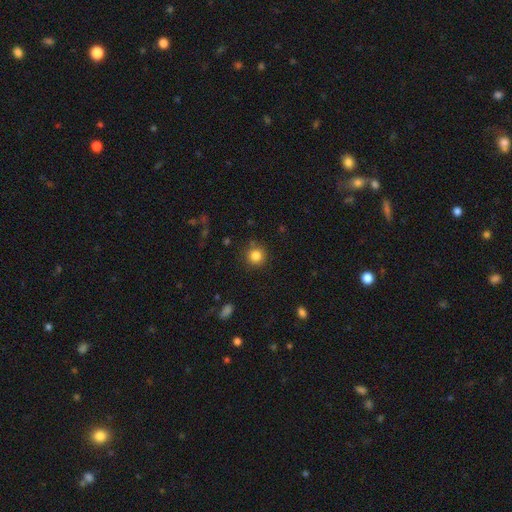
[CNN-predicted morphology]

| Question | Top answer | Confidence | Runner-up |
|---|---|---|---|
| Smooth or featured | smooth | 84% | star or artifact (11%) |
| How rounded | round | 94% | in between (5%) |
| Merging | none | 88% | minor disturbance (8%) |